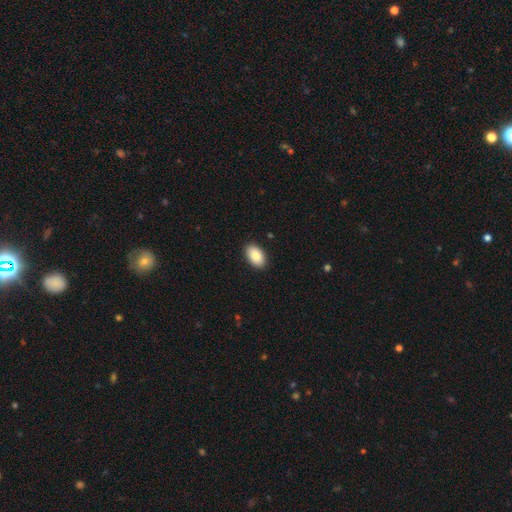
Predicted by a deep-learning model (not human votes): Smooth or featured? Predicted: smooth (p=0.88). How rounded? Predicted: in between (p=0.93). Merging? Predicted: none (p=0.90).